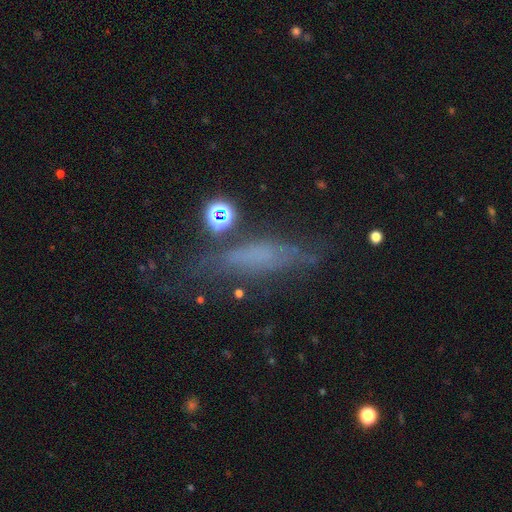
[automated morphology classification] The model was most divided on "smooth or featured": smooth: 42%, featured or disk: 39%, star or artifact: 20%. More confident: merging — none (53%).